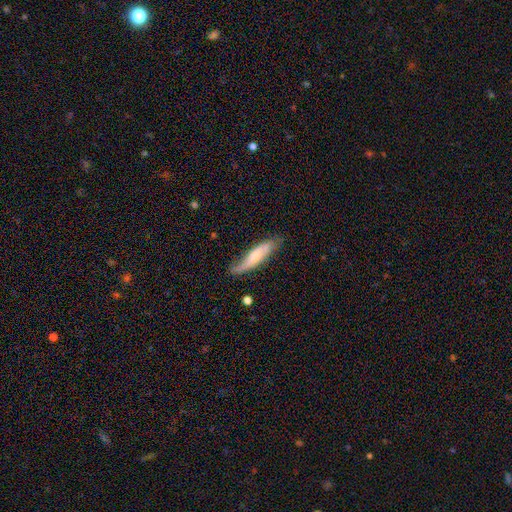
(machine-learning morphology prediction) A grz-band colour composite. It shows a featured or disk galaxy (50%). Merging: none (66%).